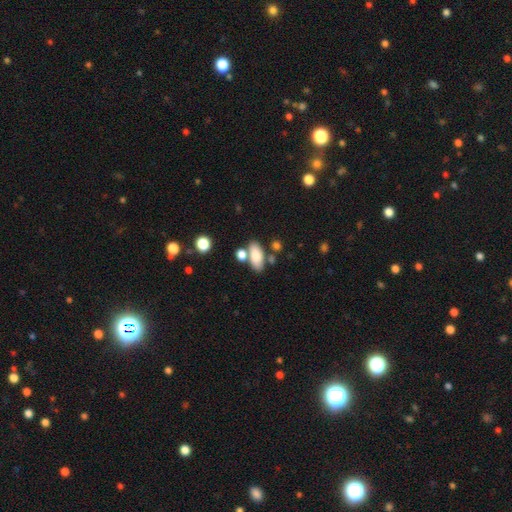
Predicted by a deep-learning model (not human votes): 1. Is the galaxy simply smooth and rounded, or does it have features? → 82% smooth, 11% featured or disk, 8% star or artifact.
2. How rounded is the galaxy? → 85% in between, 10% cigar-shaped, 4% round.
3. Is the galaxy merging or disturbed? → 63% none, 21% merger, 12% minor disturbance, 4% major disturbance.